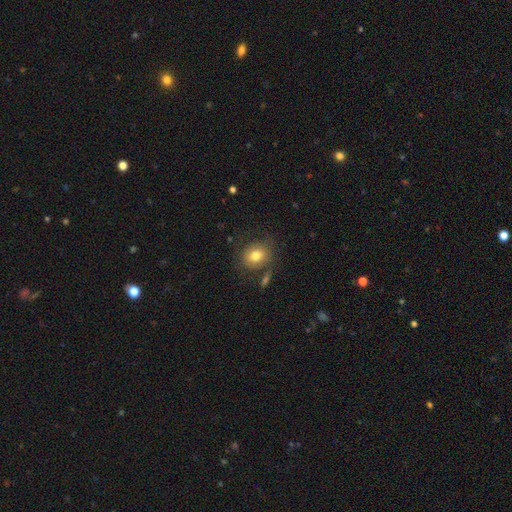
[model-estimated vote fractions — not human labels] Smooth or featured? smooth (79%)
How rounded? round (59%)
Merging? none (73%)